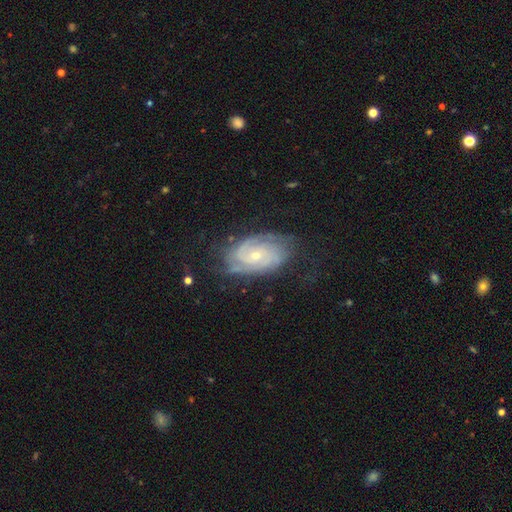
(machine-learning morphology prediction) smooth-or-featured: featured or disk: 87% | smooth: 7% | star or artifact: 6%
  disk-edge-on: no: 97% | yes: 3%
    bar: no: 65% | weak: 29% | strong: 6%
    has-spiral-arms: yes: 97% | no: 3%
      spiral-winding: tight: 67% | medium: 28% | loose: 5%
      spiral-arm-count: 2: 46% | can't tell: 21% | 3: 18% | 4: 7% | more than 4: 4% | 1: 4%
    bulge-size: small: 67% | moderate: 29% | none: 1% | large: 1% | dominant: 1%
  merging: none: 70% | minor disturbance: 20% | major disturbance: 8% | merger: 1%